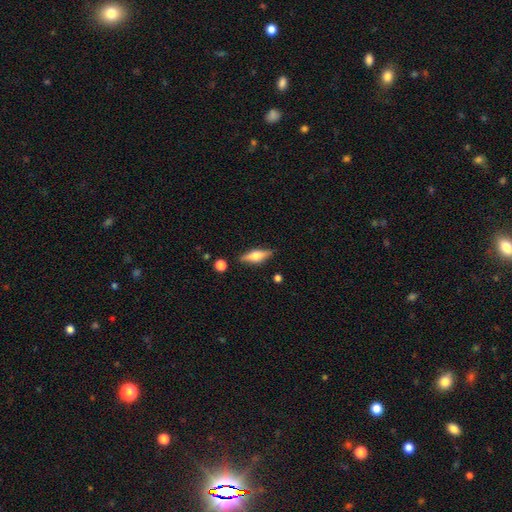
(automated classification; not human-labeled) Smooth or featured?
  - featured or disk: 49% *
  - smooth: 44%
  - star or artifact: 7%
Merging?
  - none: 85% *
  - minor disturbance: 10%
  - major disturbance: 2%
  - merger: 2%